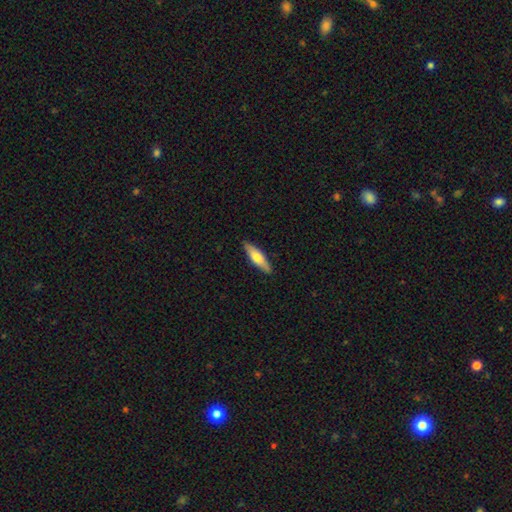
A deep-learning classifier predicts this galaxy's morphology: smooth_or_featured: smooth (p=0.59) [alt: featured or disk p=0.36]
how_rounded: cigar-shaped (p=0.63) [alt: in between p=0.35]
merging: none (p=0.89) [alt: minor disturbance p=0.08]